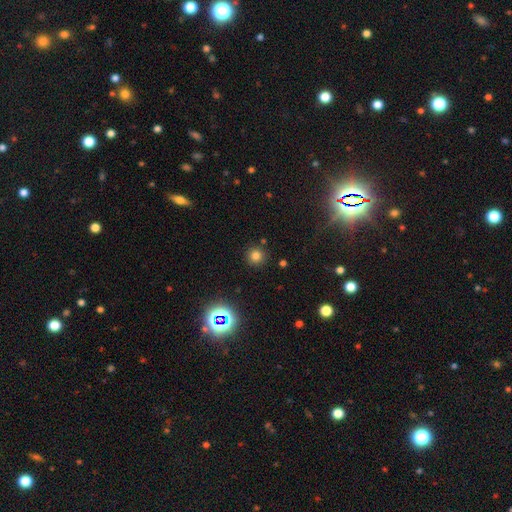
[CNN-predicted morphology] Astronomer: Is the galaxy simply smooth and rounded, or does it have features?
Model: smooth — 75%.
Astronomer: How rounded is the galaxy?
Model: round — 93%.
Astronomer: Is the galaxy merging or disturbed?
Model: none — 88%.